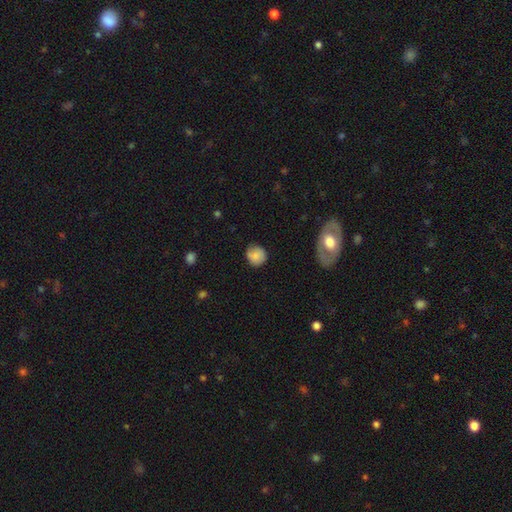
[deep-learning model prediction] Smooth or featured: smooth — 80% (featured or disk — 12%)
How rounded: round — 88% (in between — 11%)
Merging: none — 73% (minor disturbance — 20%)